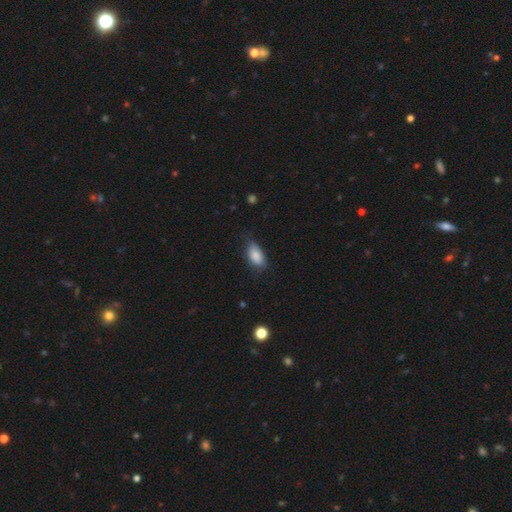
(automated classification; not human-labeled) Overall: smooth (85%). How rounded: in between (92%). Merging: none (65%; minor disturbance 28%).